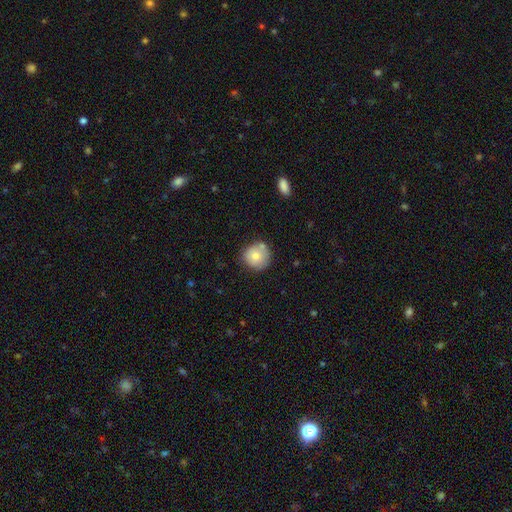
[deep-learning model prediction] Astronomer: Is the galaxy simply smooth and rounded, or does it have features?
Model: smooth — 76%.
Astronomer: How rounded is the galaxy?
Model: round — 91%.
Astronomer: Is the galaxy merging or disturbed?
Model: none — 67%.